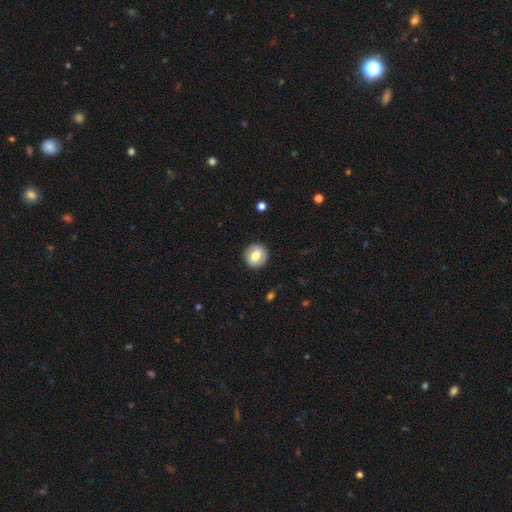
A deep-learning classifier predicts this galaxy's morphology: Overall: smooth (66%; featured or disk 27%). How rounded: round (90%). Merging: none (89%).